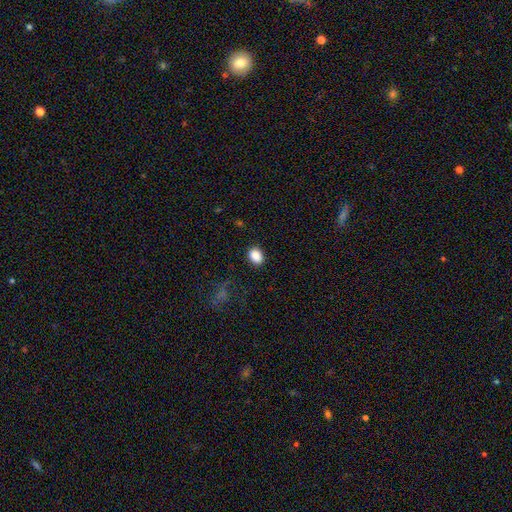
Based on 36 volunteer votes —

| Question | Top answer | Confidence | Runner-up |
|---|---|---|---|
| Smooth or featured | smooth | 89% | featured or disk (8%) |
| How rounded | in between | 81% | round (19%) |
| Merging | none | 83% | minor disturbance (14%) |